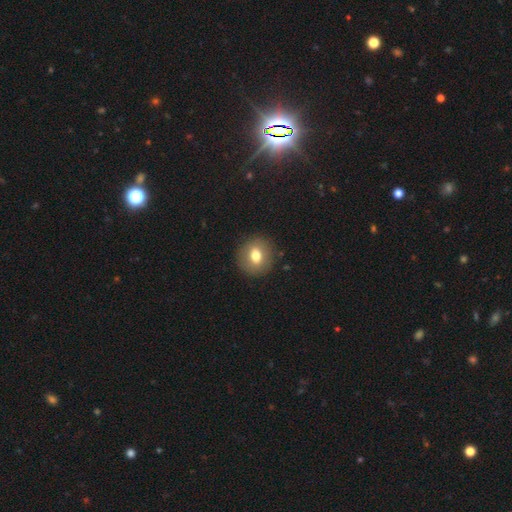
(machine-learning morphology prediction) smooth 71%, featured or disk 20%, star or artifact 9%. Down the decision tree: how rounded — round (80%); merging — none (89%).